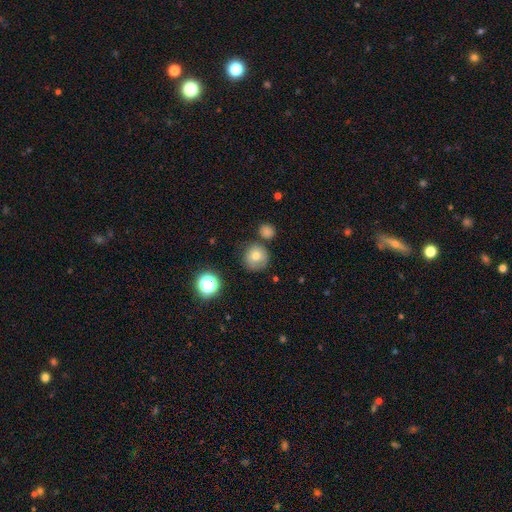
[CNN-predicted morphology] type=smooth (73%); roundness=round (92%); merging=none (73%).